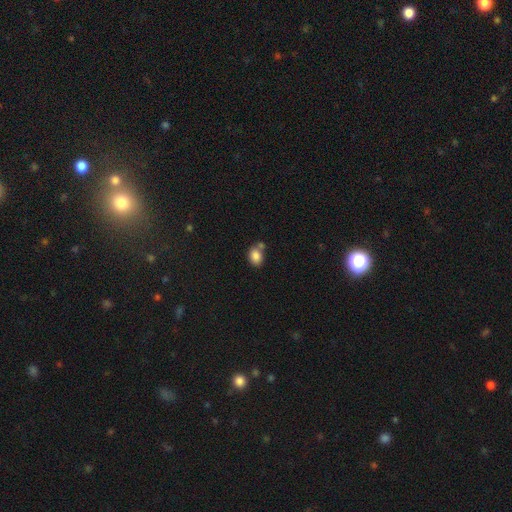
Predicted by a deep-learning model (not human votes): A smooth galaxy with no disk features (85%) that is in between round and cigar-shaped (59%). Merging: none (54%).